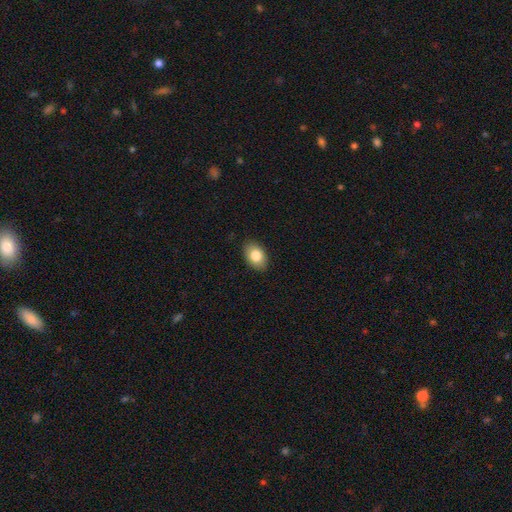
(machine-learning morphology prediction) A smooth galaxy with no disk features (82%) that is in between round and cigar-shaped (85%).

Vote fractions:
- Smooth or featured? smooth: 82% / featured or disk: 11% / star or artifact: 7%
- How rounded? in between: 85% / round: 14% / cigar-shaped: 1%
- Merging? none: 87% / minor disturbance: 10% / major disturbance: 2% / merger: 1%